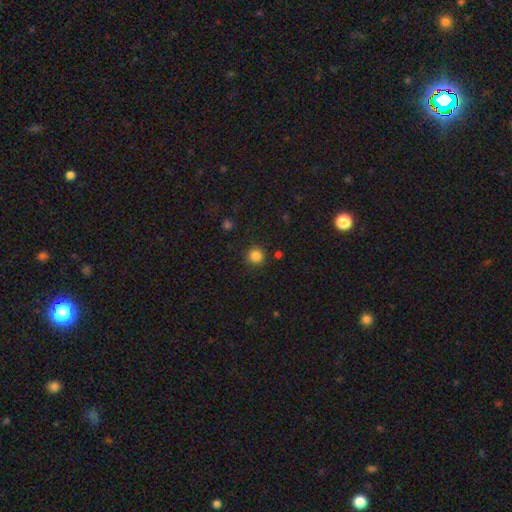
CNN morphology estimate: Smooth or featured? Predicted: smooth (p=0.84). How rounded? Predicted: round (p=0.94). Merging? Predicted: none (p=0.88).